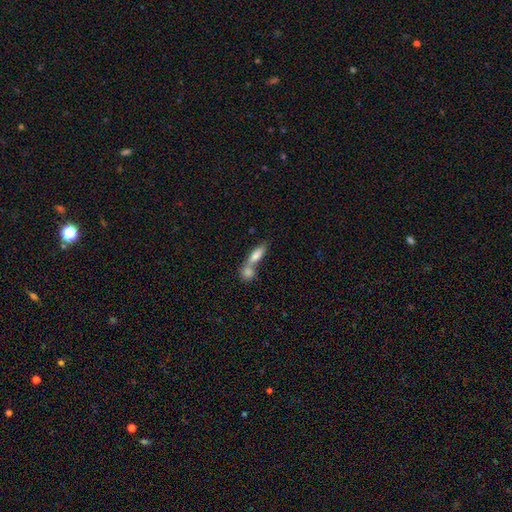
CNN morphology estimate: smooth_or_featured: smooth (p=0.76) [alt: featured or disk p=0.17]
how_rounded: in between (p=0.55) [alt: cigar-shaped p=0.40]
merging: merger (p=0.60) [alt: none p=0.29]